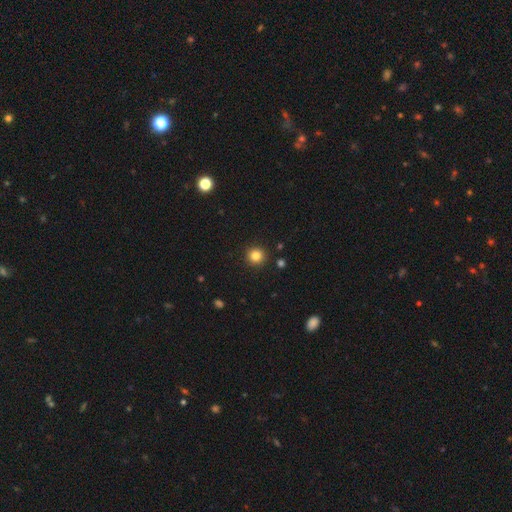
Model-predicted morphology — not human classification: smooth_or_featured: smooth (p=0.83) [alt: star or artifact p=0.12]
how_rounded: round (p=0.94) [alt: in between p=0.05]
merging: none (p=0.92) [alt: minor disturbance p=0.05]